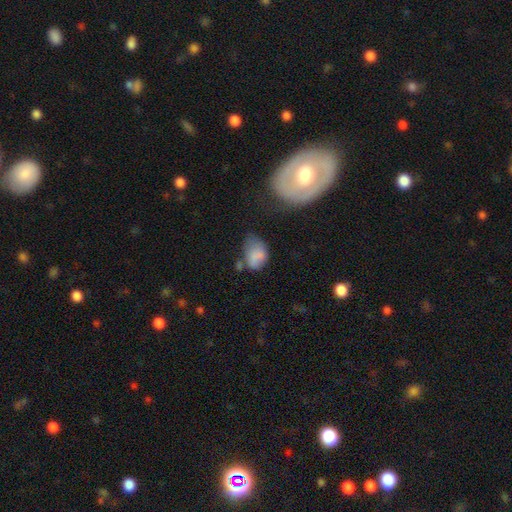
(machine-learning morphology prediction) The model was most divided on "merging": minor disturbance: 37%, none: 32%, major disturbance: 21%, merger: 11%. More confident: how rounded — in between (83%); smooth or featured — smooth (76%).